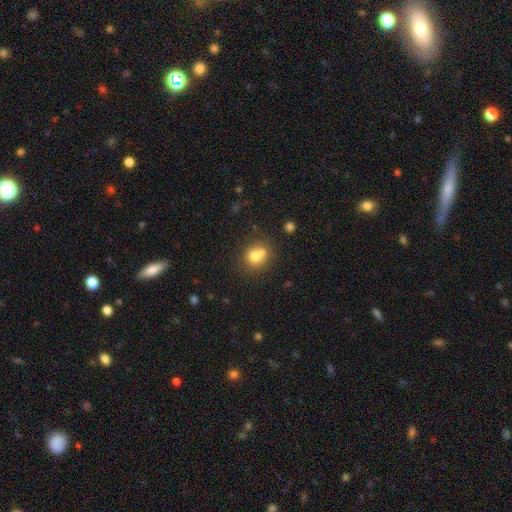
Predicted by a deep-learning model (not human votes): Smooth or featured?
  - smooth: 72% *
  - featured or disk: 16%
  - star or artifact: 12%
How rounded?
  - round: 81% *
  - in between: 18%
  - cigar-shaped: 1%
Merging?
  - none: 45% *
  - merger: 43%
  - minor disturbance: 8%
  - major disturbance: 3%